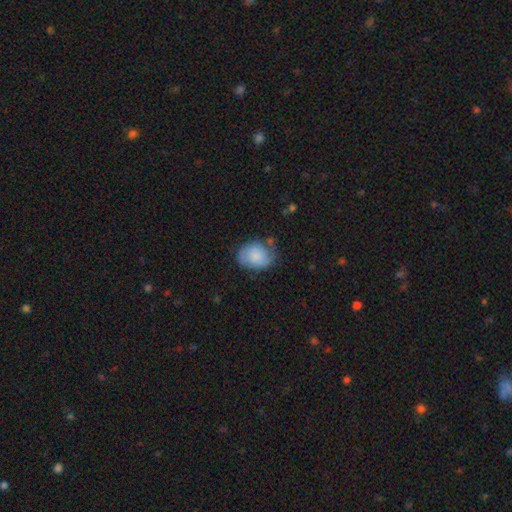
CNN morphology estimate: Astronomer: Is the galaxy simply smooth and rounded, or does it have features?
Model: smooth — 67%.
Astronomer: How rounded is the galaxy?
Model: in between — 60% (runner-up: round, 39%).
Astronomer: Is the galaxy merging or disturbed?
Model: none — 55% (runner-up: minor disturbance, 31%).